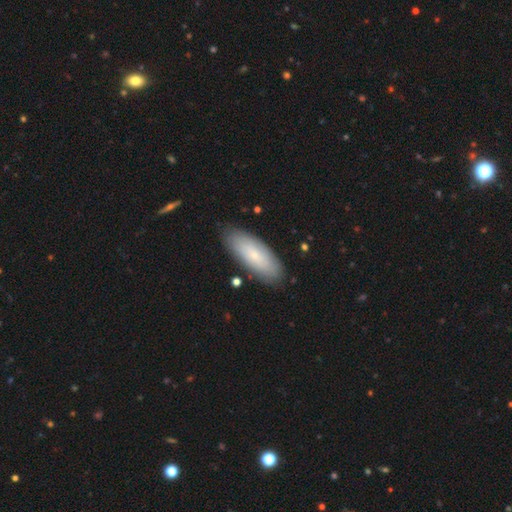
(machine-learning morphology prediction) This appears to be a smooth galaxy with no disk features (67%) that is in between round and cigar-shaped (74%). Merging: none (85%).